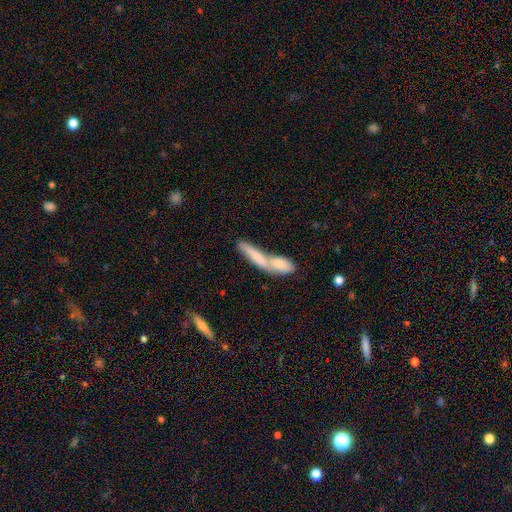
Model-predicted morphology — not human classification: Smooth or featured? Predicted: smooth (p=0.71). How rounded? Predicted: cigar-shaped (p=0.68). Merging? Predicted: merger (p=0.67).